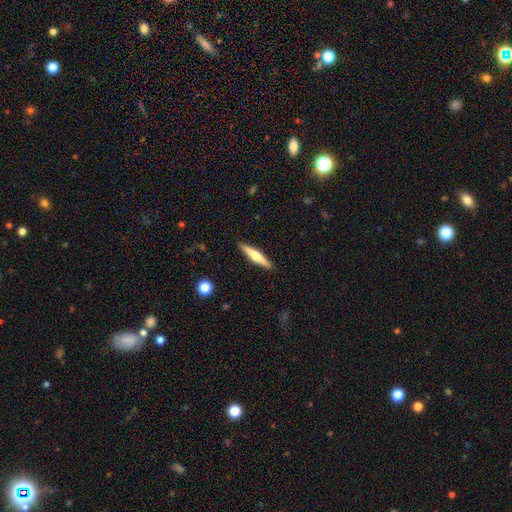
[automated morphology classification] Smooth or featured? Predicted: featured or disk (p=0.56). Edge-on disk? Predicted: yes (p=0.97). Edge-on bulge? Predicted: rounded (p=0.87). Merging? Predicted: none (p=0.91).